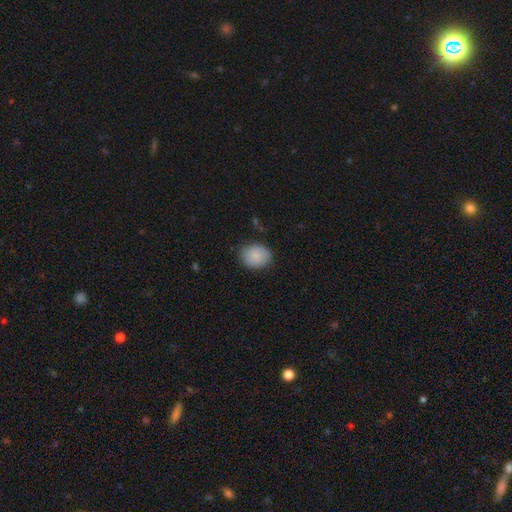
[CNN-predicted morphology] smooth-or-featured: smooth: 87% | star or artifact: 7% | featured or disk: 6%
  how-rounded: round: 53% | in between: 47% | cigar-shaped: 1%
  merging: none: 82% | minor disturbance: 14% | major disturbance: 3% | merger: 1%